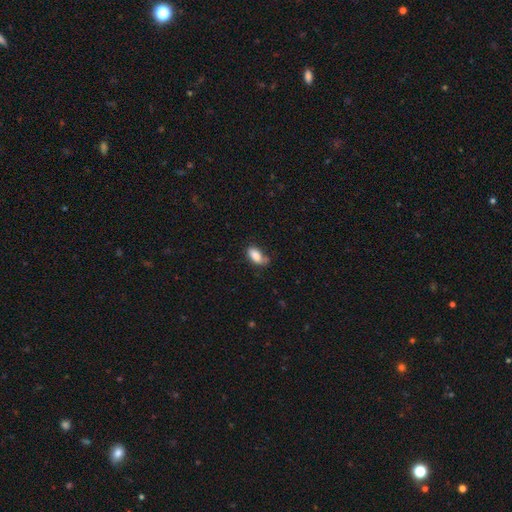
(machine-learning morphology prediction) smooth 84%, featured or disk 9%, star or artifact 7%. Down the decision tree: how rounded — in between (91%); merging — none (52%).